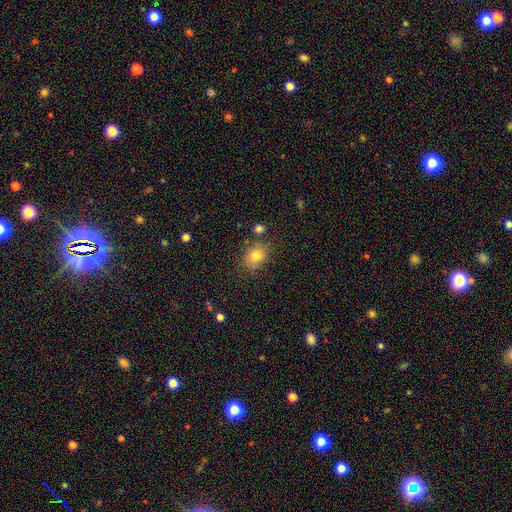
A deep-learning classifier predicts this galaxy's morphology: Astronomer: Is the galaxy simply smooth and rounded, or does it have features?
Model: smooth — 79%.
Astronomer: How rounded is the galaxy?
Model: round — 50% (runner-up: in between, 48%).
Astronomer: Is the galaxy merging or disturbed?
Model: none — 69%.